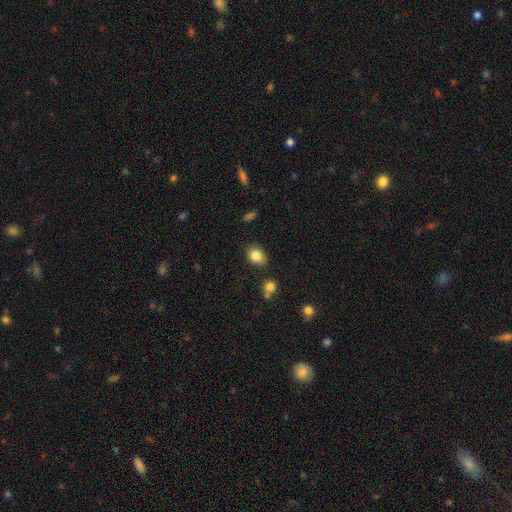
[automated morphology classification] Smooth or featured? smooth (83%)
How rounded? in between (69%)
Merging? none (78%)